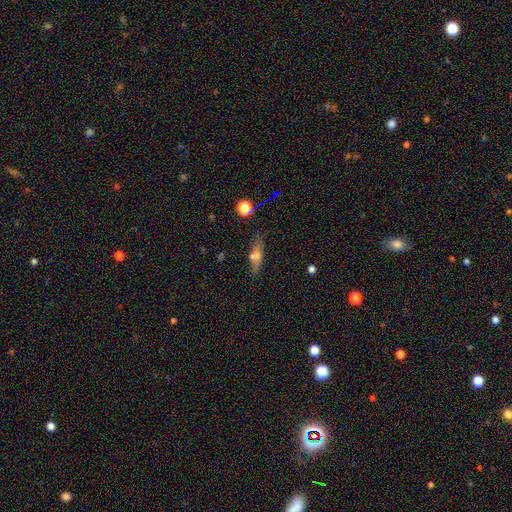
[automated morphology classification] A smooth galaxy with no disk features (60%) that is in between round and cigar-shaped (49%). Merging: none (73%).